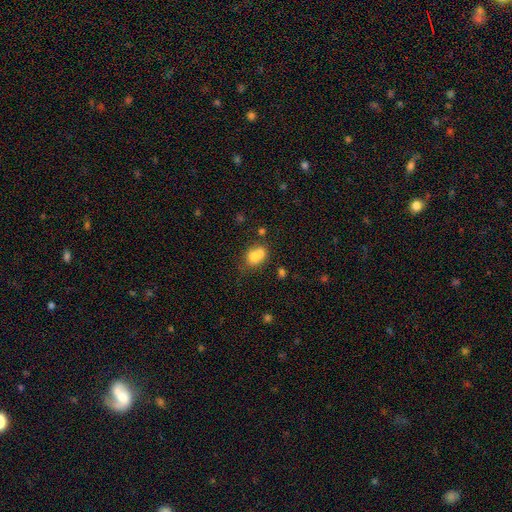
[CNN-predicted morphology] smooth 70%, featured or disk 19%, star or artifact 11%. Down the decision tree: how rounded — round (61%); merging — merger (59%).